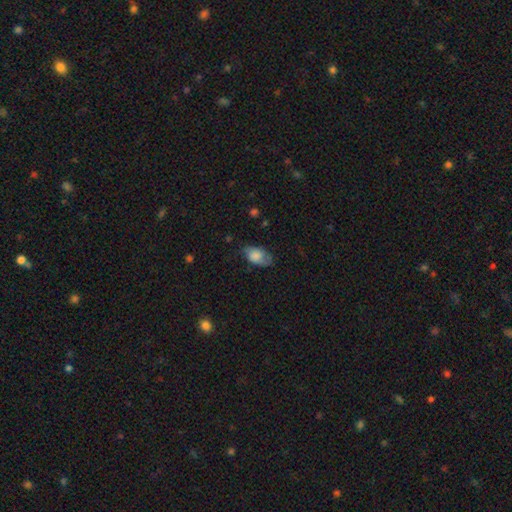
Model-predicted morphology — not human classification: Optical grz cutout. It shows a smooth galaxy with no disk features (71%) that is in between round and cigar-shaped (89%). Merging: none (59%).